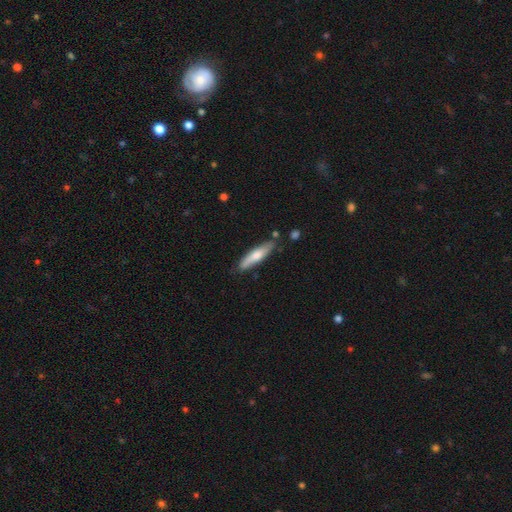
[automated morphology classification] A smooth galaxy with no disk features (63%) that is cigar-shaped (79%). Merging: none (76%).